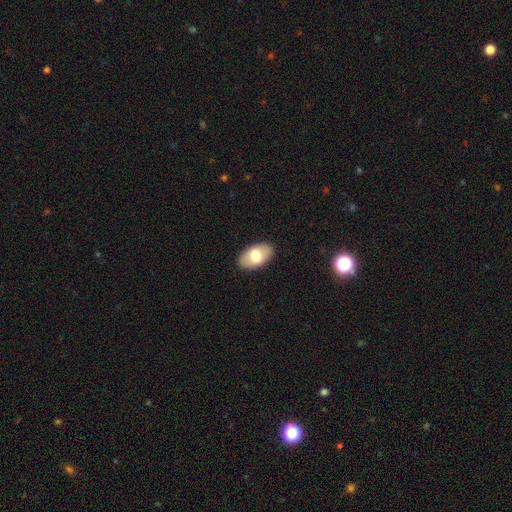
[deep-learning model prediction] The model was most divided on "smooth or featured": smooth: 70%, featured or disk: 24%, star or artifact: 6%. More confident: how rounded — in between (94%); merging — none (88%).